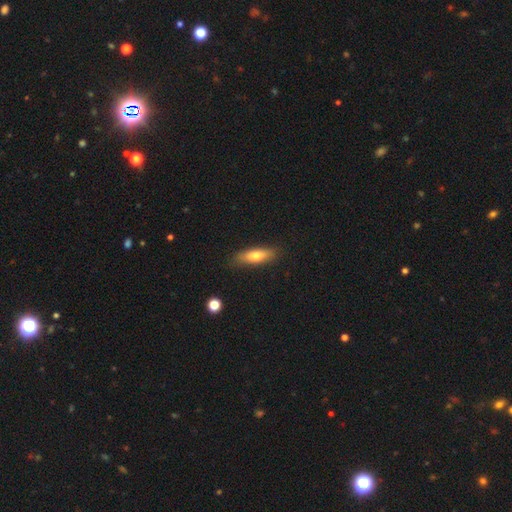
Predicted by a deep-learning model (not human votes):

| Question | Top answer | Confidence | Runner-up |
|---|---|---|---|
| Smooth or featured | smooth | 72% | featured or disk (22%) |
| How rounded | cigar-shaped | 52% | in between (46%) |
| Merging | none | 81% | minor disturbance (14%) |